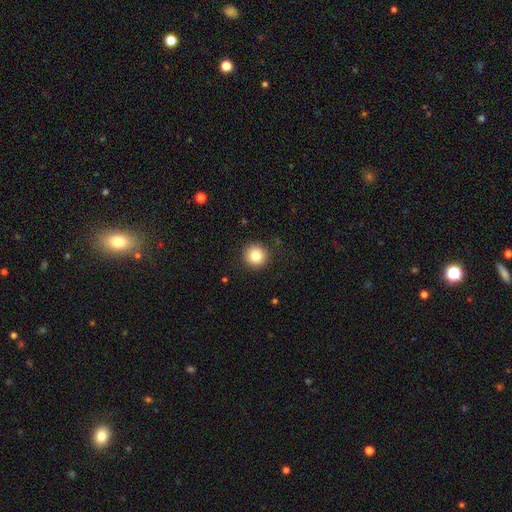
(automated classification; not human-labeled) Smooth or featured?
  - smooth: 83% *
  - star or artifact: 10%
  - featured or disk: 7%
How rounded?
  - round: 95% *
  - in between: 4%
  - cigar-shaped: 1%
Merging?
  - none: 91% *
  - minor disturbance: 6%
  - major disturbance: 2%
  - merger: 1%